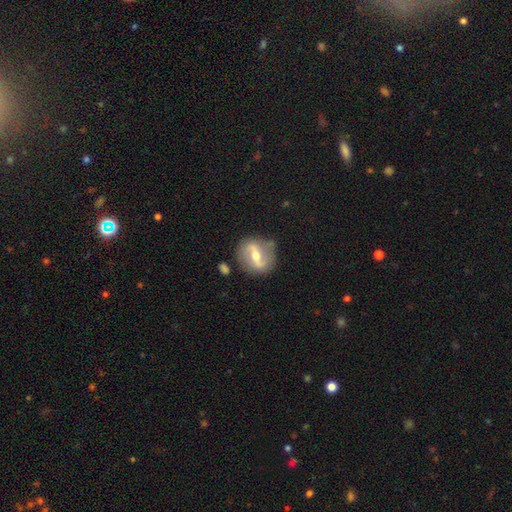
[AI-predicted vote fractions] A featured or disk galaxy (75%) with a strong bar (57%), spiral arms (71%) and a moderate central bulge (66%).

Vote fractions:
- Smooth or featured? featured or disk: 75% / smooth: 19% / star or artifact: 6%
- Edge-on disk? no: 92% / yes: 8%
- Bar? strong: 57% / weak: 30% / no: 13%
- Spiral arms? yes: 71% / no: 29%
- Bulge size? moderate: 66% / small: 27% / large: 5% / none: 1% / dominant: 1%
- Merging? none: 76% / minor disturbance: 15% / major disturbance: 5% / merger: 3%